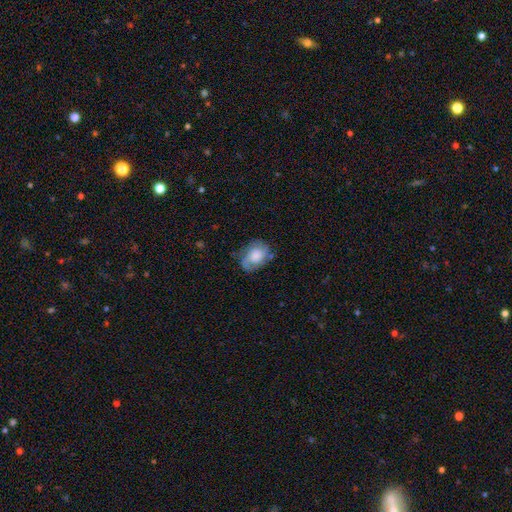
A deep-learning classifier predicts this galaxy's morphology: smooth 48%, featured or disk 44%, star or artifact 8%. Down the decision tree: merging — none (62%).